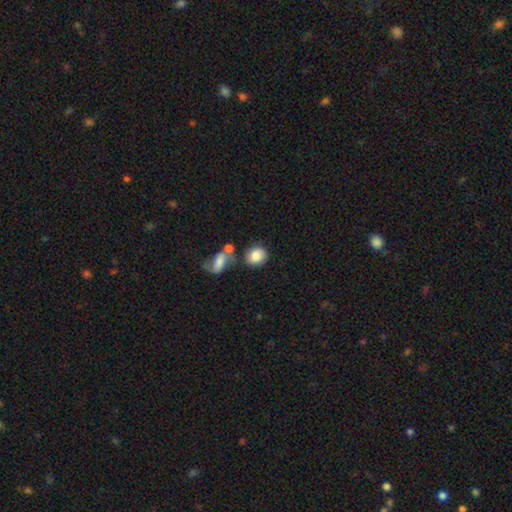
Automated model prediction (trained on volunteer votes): Smooth or featured?
  - smooth: 83% *
  - featured or disk: 10%
  - star or artifact: 7%
How rounded?
  - round: 72% *
  - in between: 26%
  - cigar-shaped: 1%
Merging?
  - none: 61% *
  - merger: 20%
  - minor disturbance: 14%
  - major disturbance: 6%